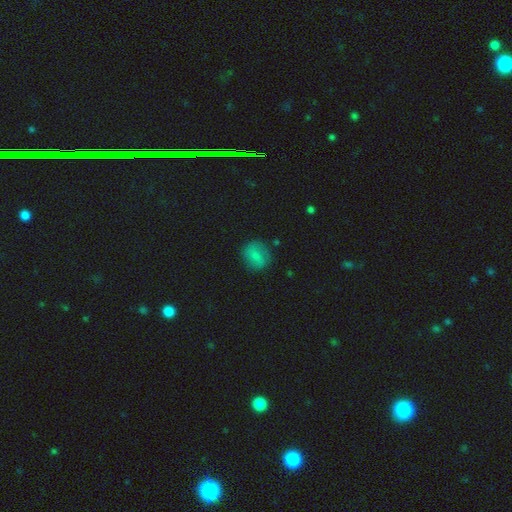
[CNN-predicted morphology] This is likely a smooth galaxy (72%). How rounded: likely round (75%). Merging: likely none (76%).